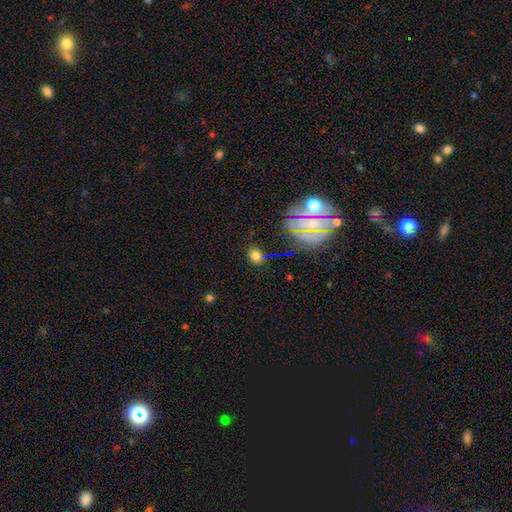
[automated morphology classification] smooth 72%, star or artifact 20%, featured or disk 8%. Down the decision tree: how rounded — in between (51%); merging — none (80%).